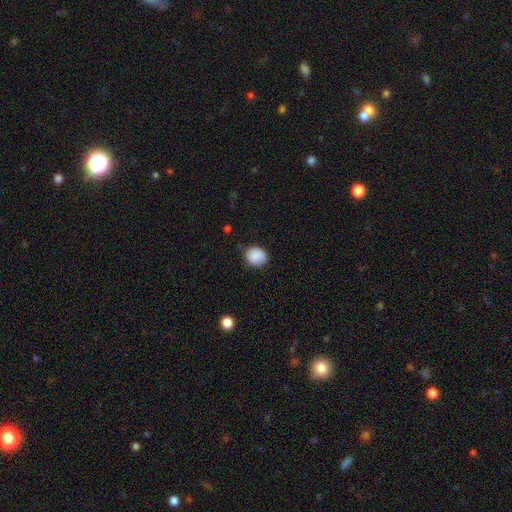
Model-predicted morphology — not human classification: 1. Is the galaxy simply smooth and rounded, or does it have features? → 87% smooth, 8% star or artifact, 5% featured or disk.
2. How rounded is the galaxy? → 72% round, 27% in between, 1% cigar-shaped.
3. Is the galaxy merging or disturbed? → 78% none, 18% minor disturbance, 3% major disturbance, 1% merger.